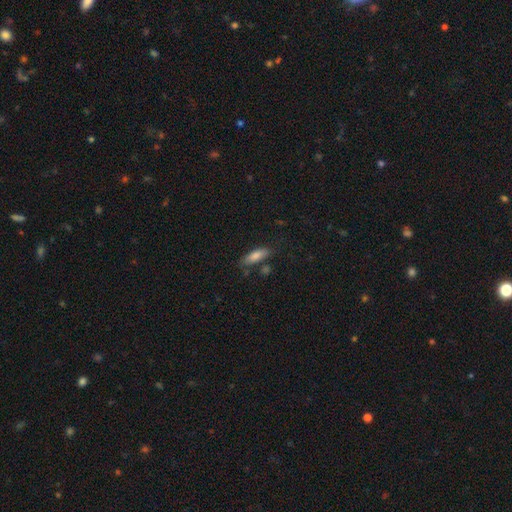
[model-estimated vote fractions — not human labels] The model was most divided on "how rounded": in between: 53%, cigar-shaped: 45%, round: 2%. More confident: smooth or featured — smooth (80%); merging — none (71%).